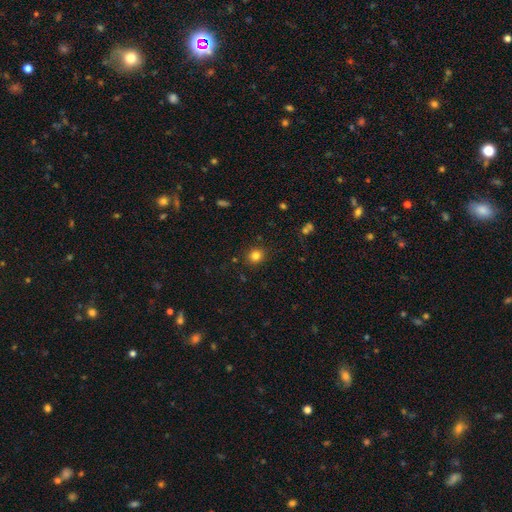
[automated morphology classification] Q: Smooth or featured?
A: smooth (82%); runner-up: star or artifact (13%)
Q: How rounded?
A: round (81%); runner-up: in between (18%)
Q: Merging?
A: none (88%); runner-up: minor disturbance (8%)